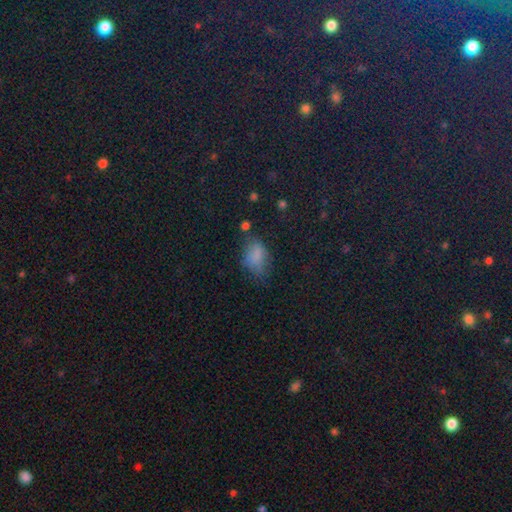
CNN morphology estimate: smooth 75%, star or artifact 15%, featured or disk 10%. Down the decision tree: how rounded — in between (85%); merging — none (45%).